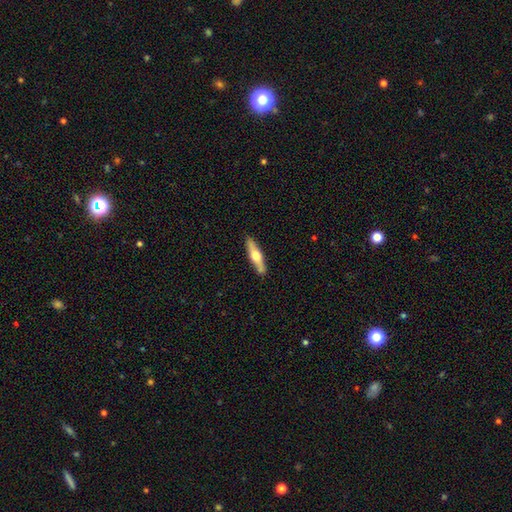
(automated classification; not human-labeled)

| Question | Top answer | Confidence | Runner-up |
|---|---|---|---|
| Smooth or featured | featured or disk | 50% | smooth (45%) |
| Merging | none | 86% | minor disturbance (9%) |